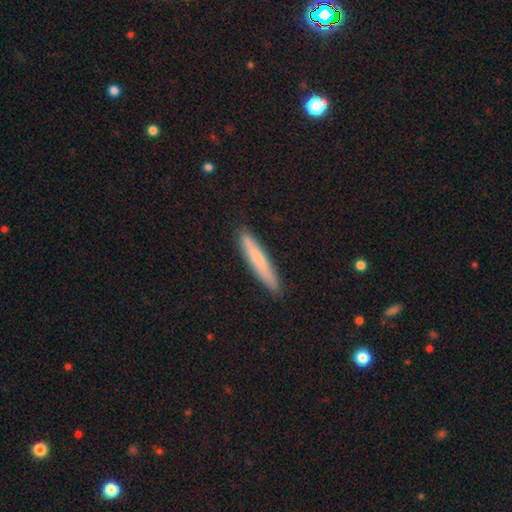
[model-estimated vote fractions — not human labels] Q: Smooth or featured?
A: smooth (65%); runner-up: featured or disk (27%)
Q: How rounded?
A: cigar-shaped (94%); runner-up: in between (4%)
Q: Merging?
A: none (90%); runner-up: minor disturbance (7%)